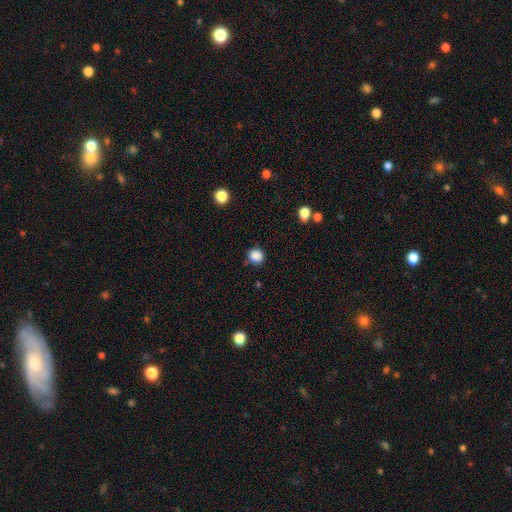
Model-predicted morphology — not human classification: This appears to be a smooth galaxy with no disk features (87%) that is round (84%). Merging: none (81%).